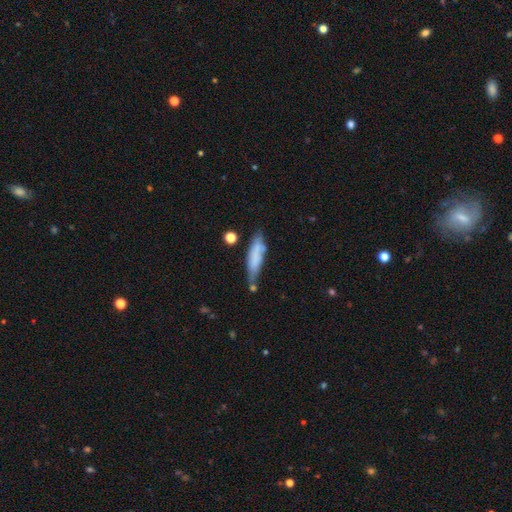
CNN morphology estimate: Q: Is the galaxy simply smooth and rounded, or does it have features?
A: smooth — 71%.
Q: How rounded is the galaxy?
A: cigar-shaped — 69%.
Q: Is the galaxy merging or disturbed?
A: none — 54%.